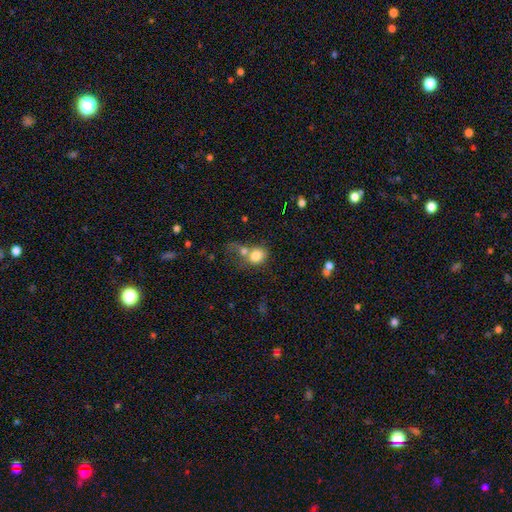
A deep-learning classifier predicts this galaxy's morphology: Q: Smooth or featured?
A: smooth (77%); runner-up: featured or disk (13%)
Q: How rounded?
A: round (53%); runner-up: in between (45%)
Q: Merging?
A: merger (55%); runner-up: none (26%)